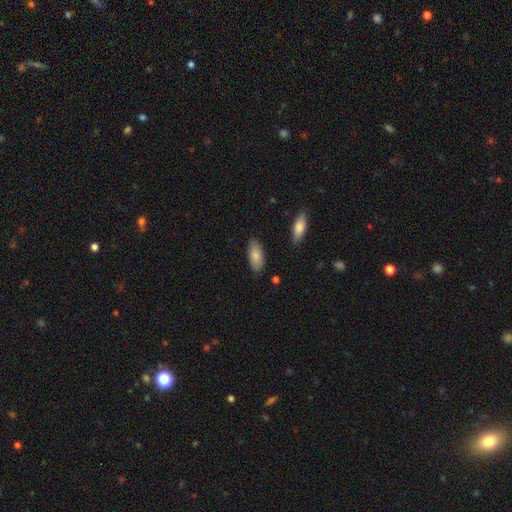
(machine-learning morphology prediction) This appears to be a smooth galaxy with no disk features (83%) that is in between round and cigar-shaped (88%). Merging: none (83%).